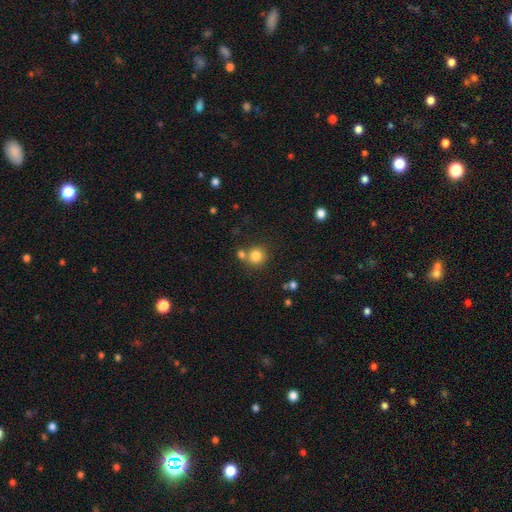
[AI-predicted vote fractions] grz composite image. It shows a smooth galaxy with no disk features (81%) that is round (90%). Merging: none (65%).